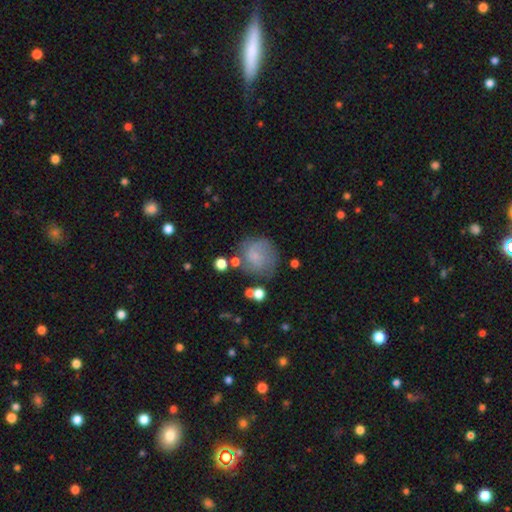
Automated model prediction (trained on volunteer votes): Smooth or featured? Predicted: smooth (p=0.61). How rounded? Predicted: round (p=0.85). Merging? Predicted: none (p=0.59).